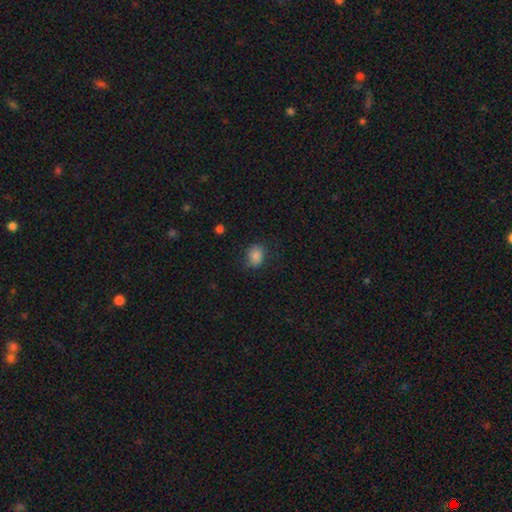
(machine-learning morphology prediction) type=smooth (85%); roundness=in between (59%); merging=none (75%).